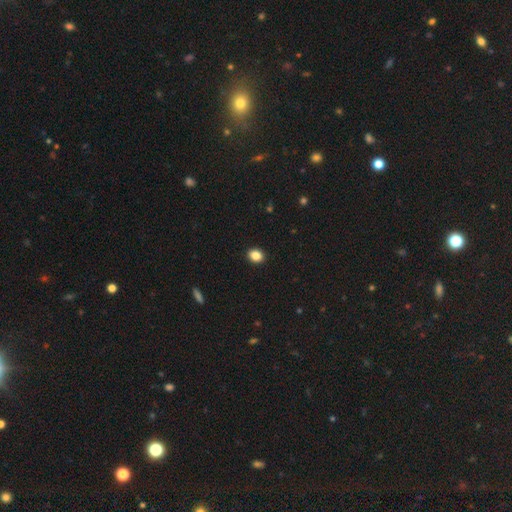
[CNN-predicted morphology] smooth-or-featured: smooth: 86% | star or artifact: 10% | featured or disk: 4%
  how-rounded: round: 51% | in between: 48% | cigar-shaped: 1%
  merging: none: 92% | minor disturbance: 5% | major disturbance: 2% | merger: 1%